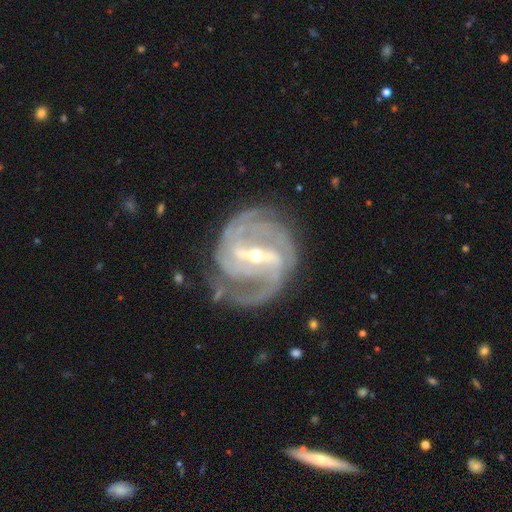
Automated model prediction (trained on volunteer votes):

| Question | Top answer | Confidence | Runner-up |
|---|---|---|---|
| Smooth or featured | featured or disk | 92% | star or artifact (5%) |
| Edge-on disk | no | 97% | yes (3%) |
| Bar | strong | 67% | weak (25%) |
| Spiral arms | yes | 97% | no (3%) |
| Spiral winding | tight | 46% | medium (41%) |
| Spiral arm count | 2 | 46% | 3 (20%) |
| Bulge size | small | 59% | moderate (38%) |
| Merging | none | 69% | minor disturbance (18%) |